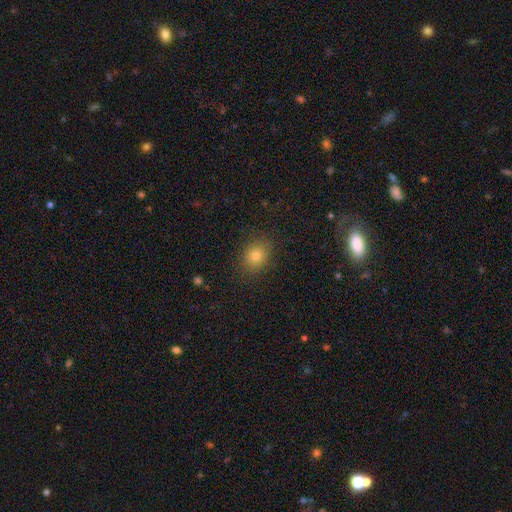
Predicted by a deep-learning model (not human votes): smooth-or-featured: smooth: 76% | star or artifact: 15% | featured or disk: 8%
  how-rounded: round: 61% | in between: 38% | cigar-shaped: 1%
  merging: none: 87% | minor disturbance: 9% | major disturbance: 3% | merger: 1%